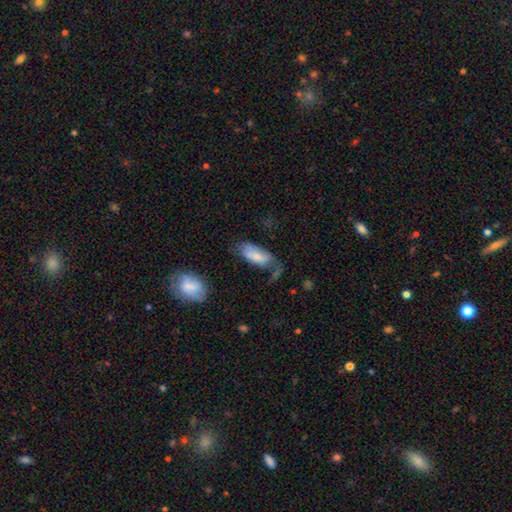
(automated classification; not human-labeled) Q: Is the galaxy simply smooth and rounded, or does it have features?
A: smooth — 69%.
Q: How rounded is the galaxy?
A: in between — 84%.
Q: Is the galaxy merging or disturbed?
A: none — 36%.